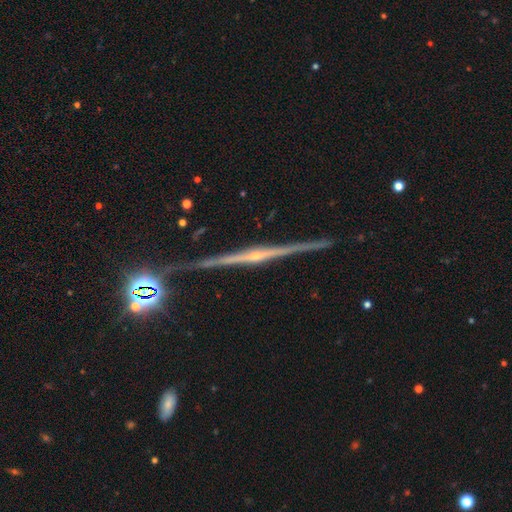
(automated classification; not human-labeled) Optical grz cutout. It shows a featured or disk galaxy (86%) viewed edge-on (98%) with a rounded central bulge (71%). Merging: none (86%).